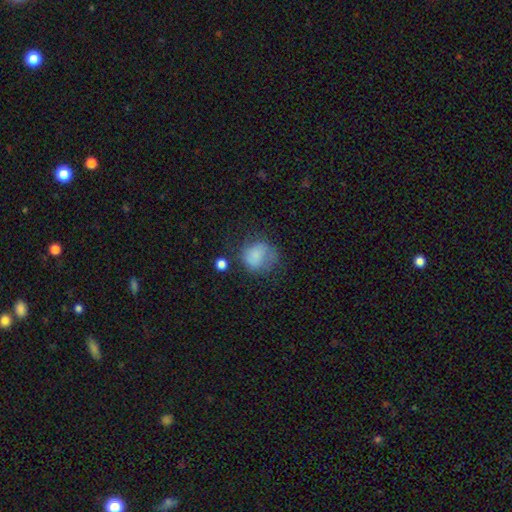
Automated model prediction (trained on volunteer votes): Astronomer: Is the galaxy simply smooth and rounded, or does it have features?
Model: smooth — 73%.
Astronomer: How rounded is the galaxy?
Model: round — 70%.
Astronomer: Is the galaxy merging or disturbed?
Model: none — 44% (runner-up: minor disturbance, 28%).